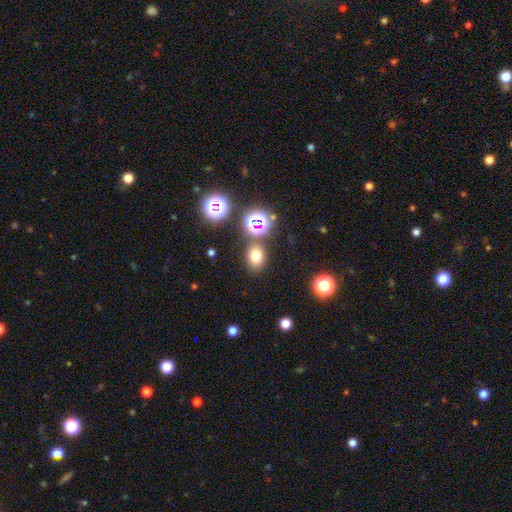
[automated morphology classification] A smooth galaxy with no disk features (72%) that is round (50%).

Vote fractions:
- Smooth or featured? smooth: 72% / star or artifact: 20% / featured or disk: 8%
- How rounded? round: 50% / in between: 49% / cigar-shaped: 1%
- Merging? none: 79% / minor disturbance: 10% / merger: 8% / major disturbance: 4%